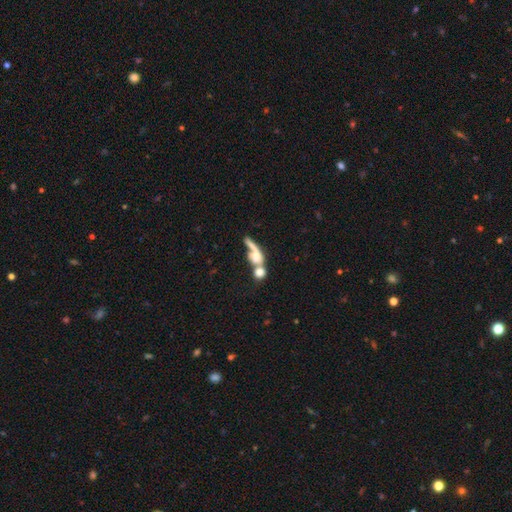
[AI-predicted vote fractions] This appears to be a smooth galaxy with no disk features (54%) that is in between round and cigar-shaped (36%). Merging: merger (55%).